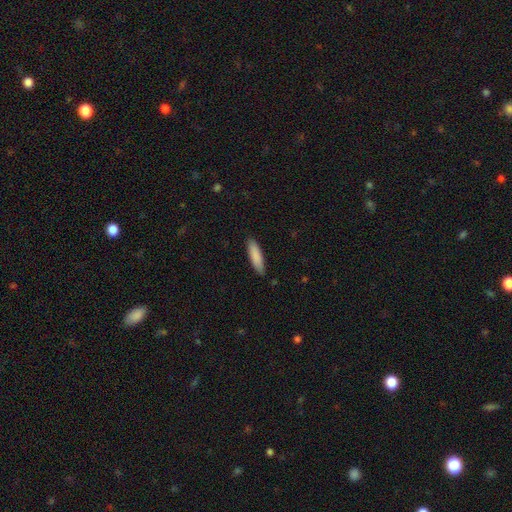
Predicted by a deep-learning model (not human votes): smooth-or-featured: smooth: 87% | featured or disk: 8% | star or artifact: 6%
  how-rounded: cigar-shaped: 65% | in between: 33% | round: 1%
  merging: none: 85% | minor disturbance: 12% | major disturbance: 2% | merger: 1%